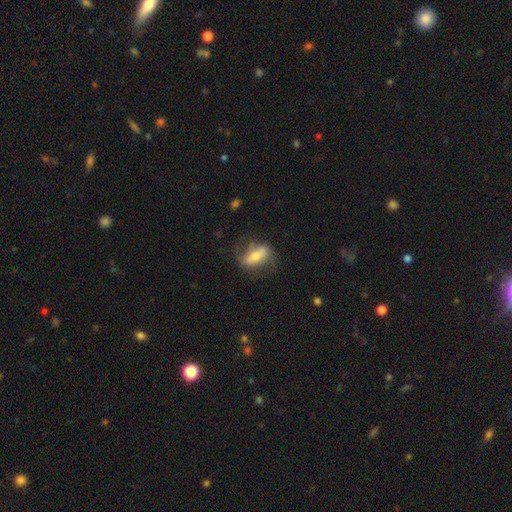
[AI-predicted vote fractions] Overall: featured or disk (55%; smooth 37%). Edge-on disk: no (84%). Merging: none (59%; minor disturbance 22%).